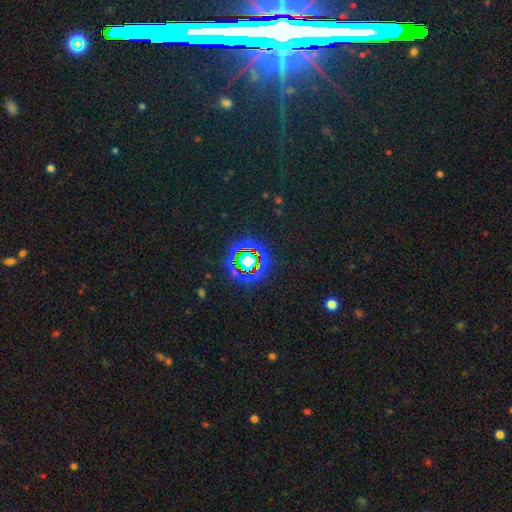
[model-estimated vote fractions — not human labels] smooth_or_featured: star or artifact (p=0.73) [alt: smooth p=0.17]